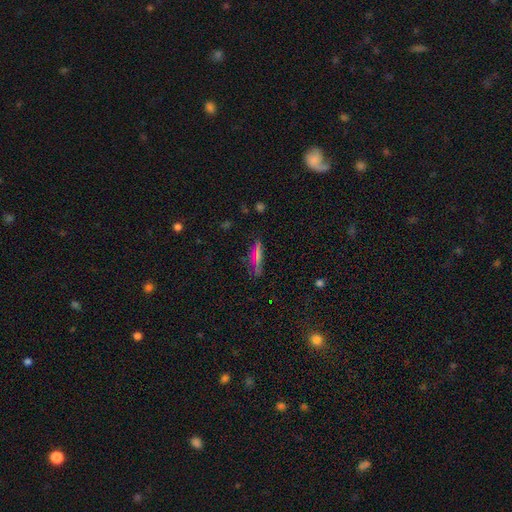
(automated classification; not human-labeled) Smooth or featured? Predicted: smooth (p=0.59). How rounded? Predicted: cigar-shaped (p=0.61). Merging? Predicted: none (p=0.79).